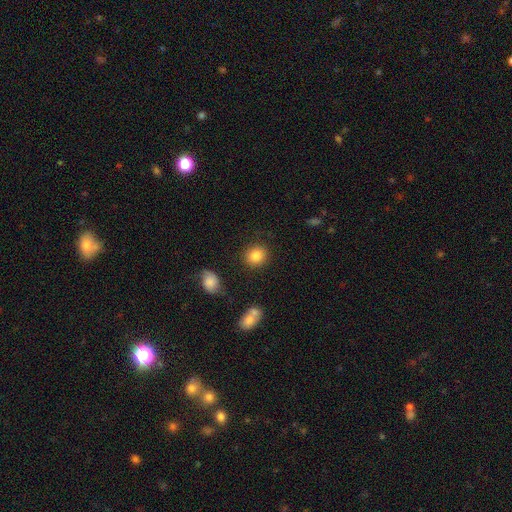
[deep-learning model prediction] This appears to be a smooth galaxy with no disk features (85%) that is round (77%). Merging: none (86%).